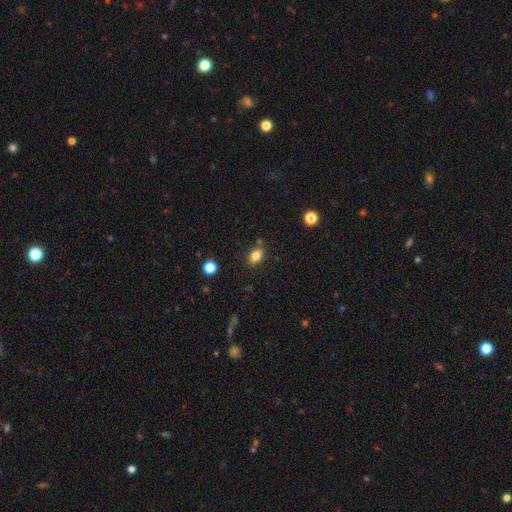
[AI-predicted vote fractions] This is clearly a smooth galaxy (84%). How rounded: likely in between (79%). Merging: likely none (78%).